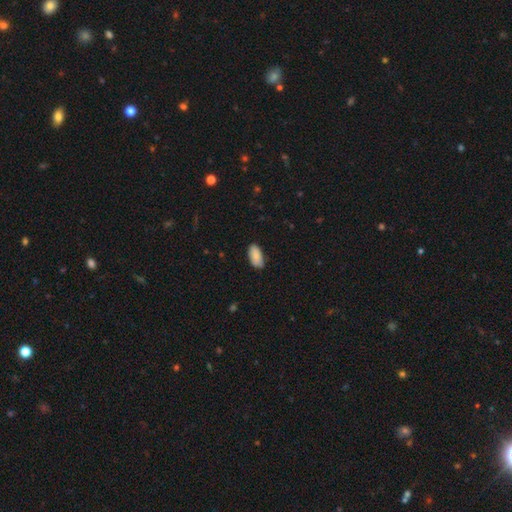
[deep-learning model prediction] Smooth or featured: smooth — 87% (featured or disk — 7%)
How rounded: in between — 94% (cigar-shaped — 4%)
Merging: none — 79% (minor disturbance — 18%)